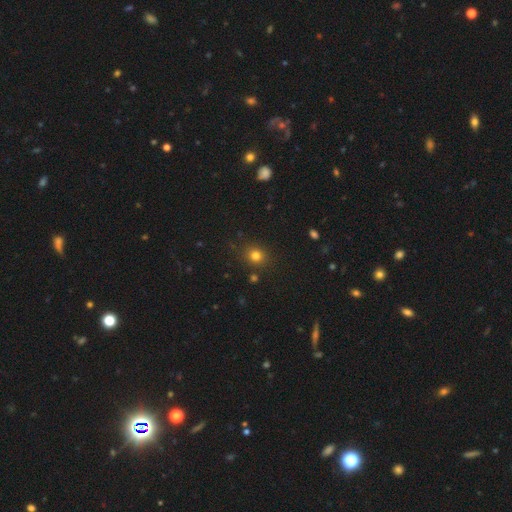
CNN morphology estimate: smooth-or-featured: smooth: 78% | star or artifact: 16% | featured or disk: 6%
  how-rounded: round: 82% | in between: 17% | cigar-shaped: 1%
  merging: none: 86% | minor disturbance: 8% | merger: 3% | major disturbance: 3%